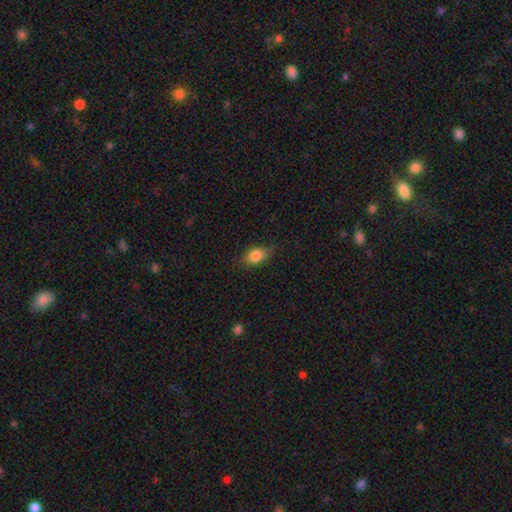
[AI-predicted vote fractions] Morphology: type=smooth (82%); roundness=in between (77%); merging=none (79%).